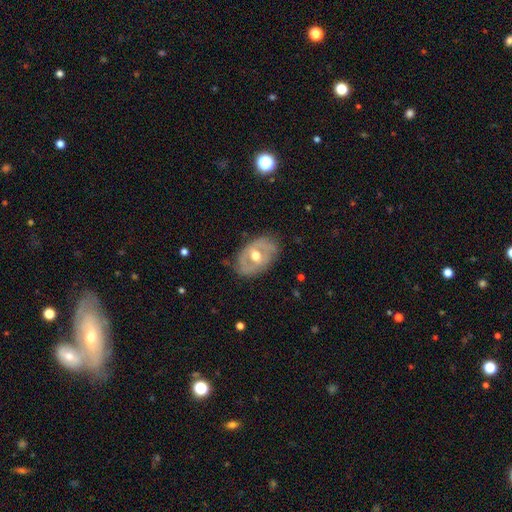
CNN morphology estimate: Smooth or featured? Predicted: featured or disk (p=0.64). Edge-on disk? Predicted: no (p=0.92). Bar? Predicted: no (p=0.50). Spiral arms? Predicted: no (p=0.61). Bulge size? Predicted: moderate (p=0.77). Merging? Predicted: none (p=0.71).